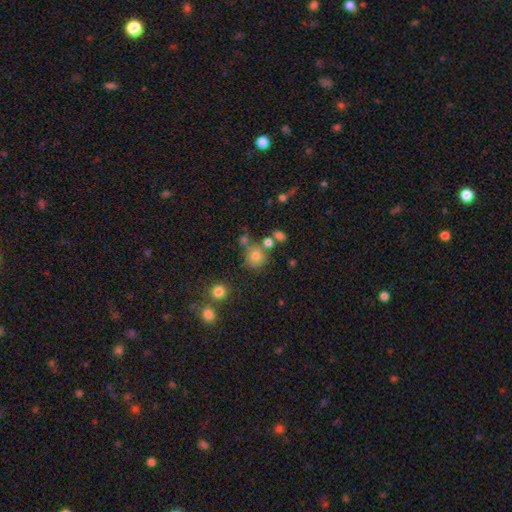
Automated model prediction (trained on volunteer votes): smooth 73%, star or artifact 15%, featured or disk 11%. Down the decision tree: how rounded — round (84%); merging — none (62%).